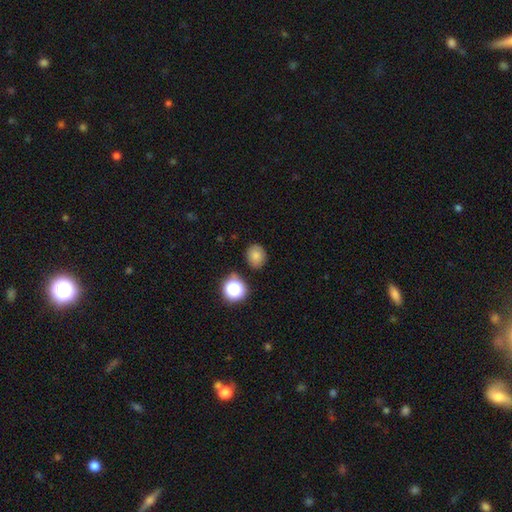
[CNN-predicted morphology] Smooth or featured? smooth (77%)
How rounded? round (69%)
Merging? none (82%)